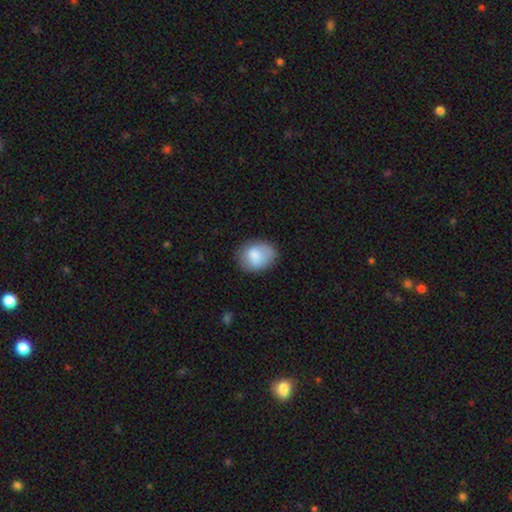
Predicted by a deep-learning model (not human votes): Smooth or featured? Predicted: smooth (p=0.80). How rounded? Predicted: in between (p=0.58). Merging? Predicted: none (p=0.72).